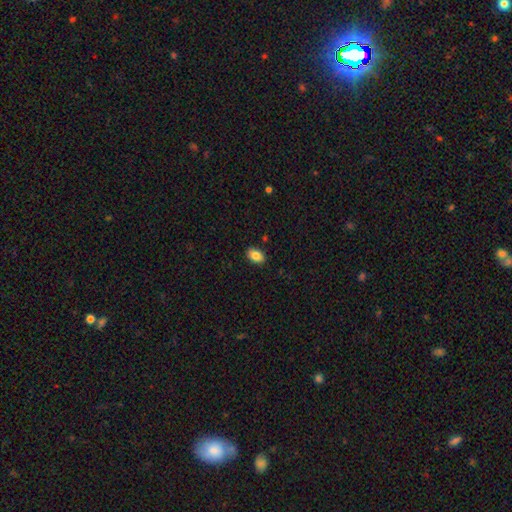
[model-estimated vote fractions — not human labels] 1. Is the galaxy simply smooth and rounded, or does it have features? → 85% smooth, 8% star or artifact, 7% featured or disk.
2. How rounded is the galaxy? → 88% in between, 11% round, 1% cigar-shaped.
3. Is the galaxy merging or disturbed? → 88% none, 9% minor disturbance, 2% major disturbance, 1% merger.